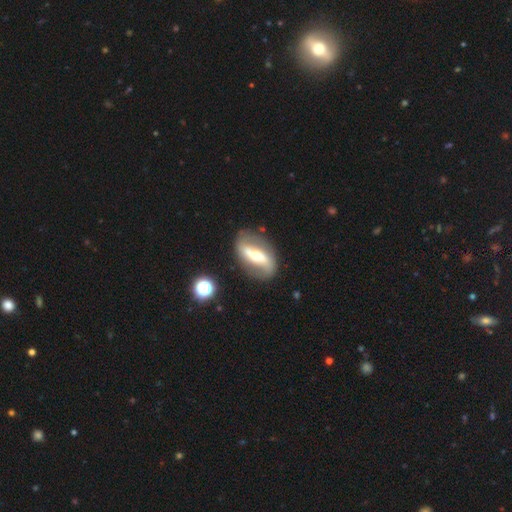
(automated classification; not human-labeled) Smooth or featured?
  - featured or disk: 78% *
  - smooth: 16%
  - star or artifact: 6%
Edge-on disk?
  - no: 89% *
  - yes: 11%
Bar?
  - strong: 60% *
  - weak: 22%
  - no: 18%
Spiral arms?
  - yes: 76% *
  - no: 24%
Spiral winding?
  - loose: 61% *
  - medium: 26%
  - tight: 13%
Spiral arm count?
  - 2: 87% *
  - can't tell: 7%
  - 1: 3%
  - 3: 1%
  - 4: 1%
  - more than 4: 1%
Bulge size?
  - moderate: 58% *
  - small: 34%
  - large: 5%
  - dominant: 1%
  - none: 1%
Merging?
  - none: 78% *
  - minor disturbance: 13%
  - major disturbance: 5%
  - merger: 3%